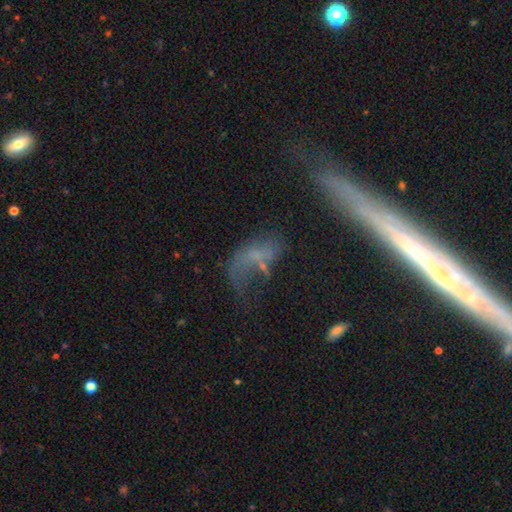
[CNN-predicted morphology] smooth_or_featured: featured or disk (p=0.45) [alt: smooth p=0.37]
merging: major disturbance (p=0.33) [alt: none p=0.32]